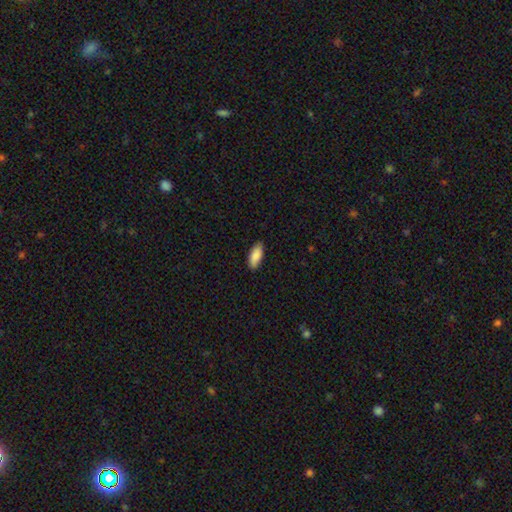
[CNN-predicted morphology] type=smooth (89%); roundness=in between (83%); merging=none (87%).